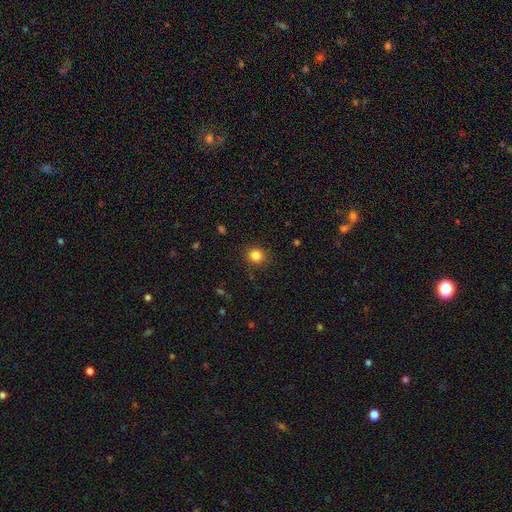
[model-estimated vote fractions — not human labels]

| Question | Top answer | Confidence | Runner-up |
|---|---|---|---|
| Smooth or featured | smooth | 84% | star or artifact (11%) |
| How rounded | round | 87% | in between (12%) |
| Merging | none | 86% | minor disturbance (9%) |